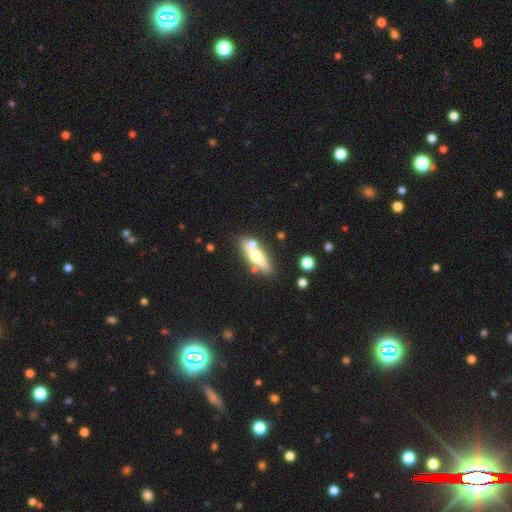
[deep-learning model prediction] This appears to be a featured or disk galaxy (48%). Merging: none (70%).